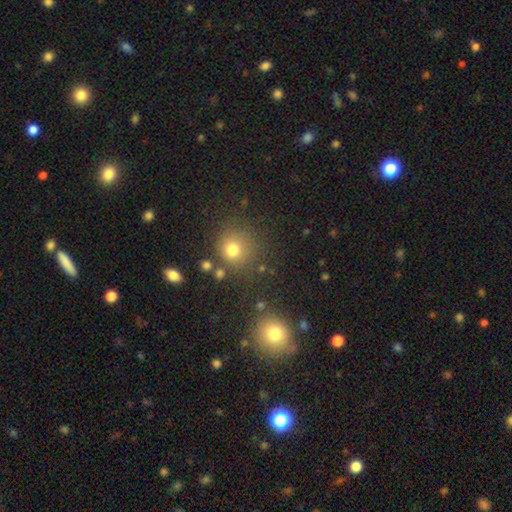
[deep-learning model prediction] Overall: smooth (52%; star or artifact 40%). How rounded: round (92%). Merging: none (83%).